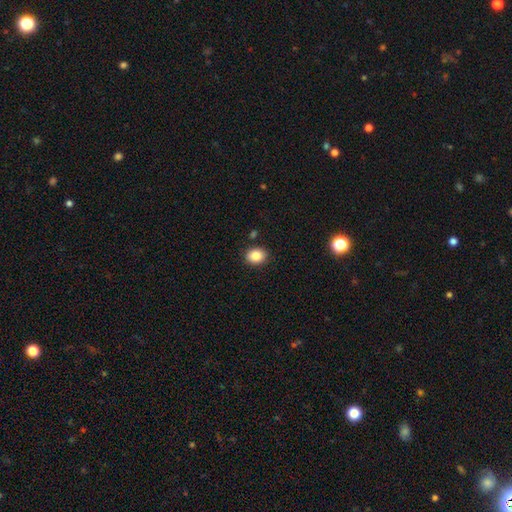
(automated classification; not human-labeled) smooth_or_featured: smooth (p=0.87) [alt: star or artifact p=0.09]
how_rounded: round (p=0.50) [alt: in between p=0.49]
merging: none (p=0.86) [alt: minor disturbance p=0.09]